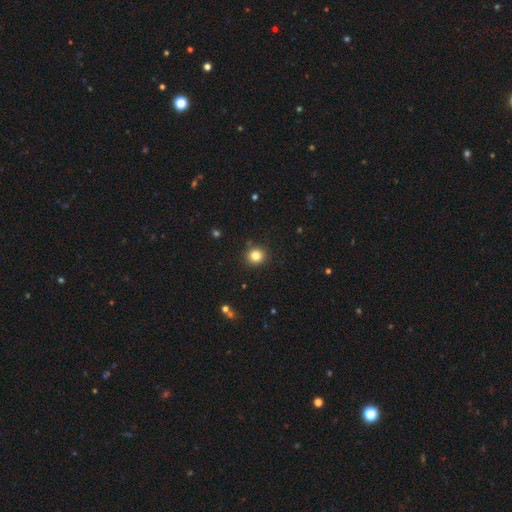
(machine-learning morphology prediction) The model was most divided on "smooth or featured": smooth: 82%, star or artifact: 12%, featured or disk: 6%. More confident: how rounded — round (91%); merging — none (90%).